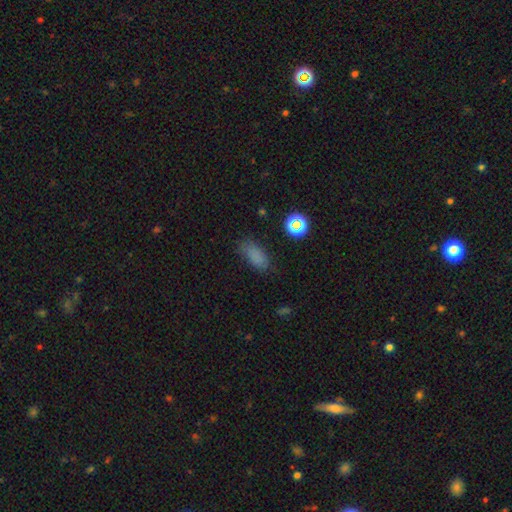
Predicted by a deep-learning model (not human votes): Q: Smooth or featured?
A: smooth (78%); runner-up: star or artifact (15%)
Q: How rounded?
A: in between (83%); runner-up: cigar-shaped (11%)
Q: Merging?
A: none (73%); runner-up: minor disturbance (20%)